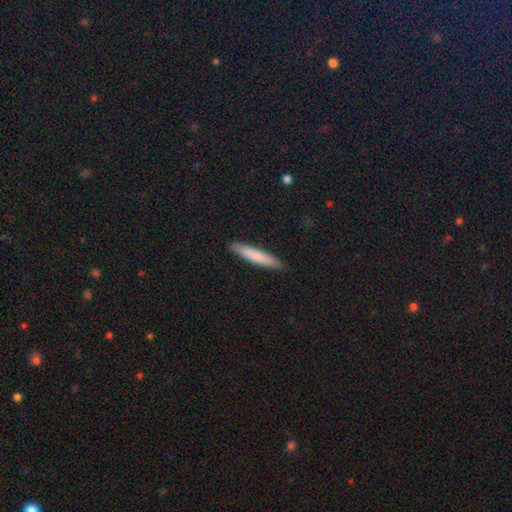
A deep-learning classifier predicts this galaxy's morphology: Smooth or featured: smooth — 75% (featured or disk — 19%)
How rounded: cigar-shaped — 93% (in between — 6%)
Merging: none — 91% (minor disturbance — 6%)